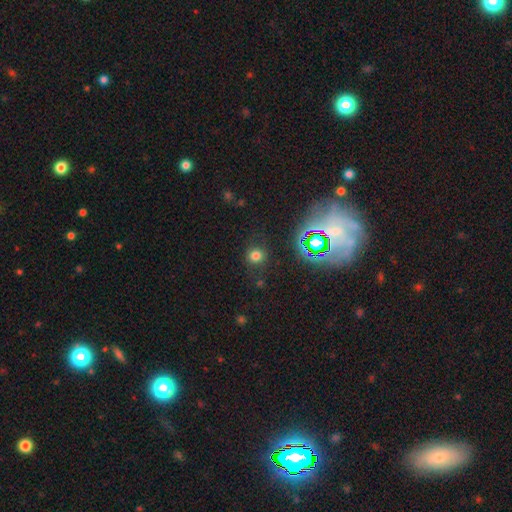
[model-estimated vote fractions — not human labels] Overall: smooth (70%). How rounded: round (86%). Merging: none (84%).